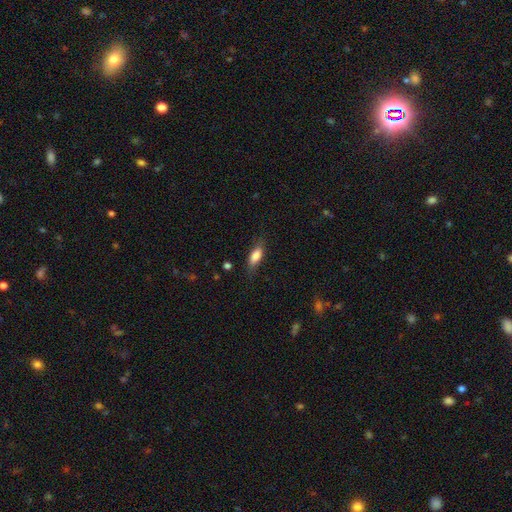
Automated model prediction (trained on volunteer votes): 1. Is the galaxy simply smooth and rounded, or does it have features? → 80% smooth, 13% featured or disk, 7% star or artifact.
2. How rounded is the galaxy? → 70% in between, 27% cigar-shaped, 3% round.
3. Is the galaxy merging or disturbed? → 74% none, 19% minor disturbance, 5% major disturbance, 1% merger.